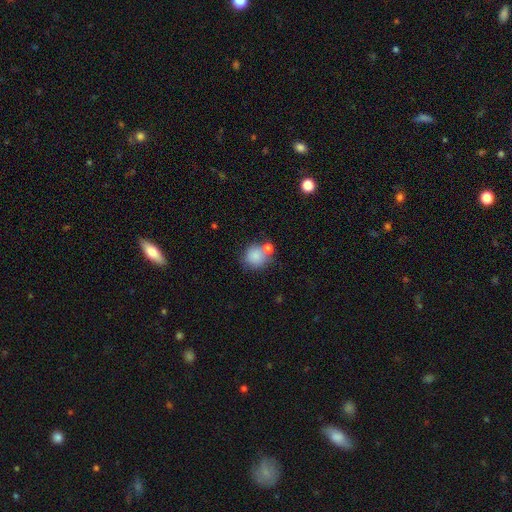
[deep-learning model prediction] A smooth galaxy with no disk features (83%) that is round (87%). Merging: none (58%).